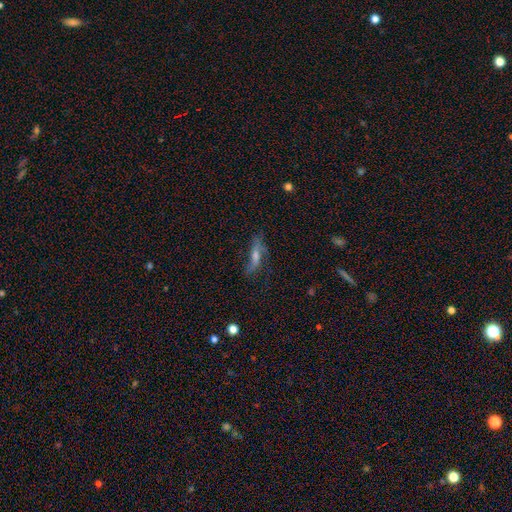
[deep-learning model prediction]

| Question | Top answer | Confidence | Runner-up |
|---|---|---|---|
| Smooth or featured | featured or disk | 58% | smooth (29%) |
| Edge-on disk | no | 57% | yes (43%) |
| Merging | none | 56% | minor disturbance (24%) |